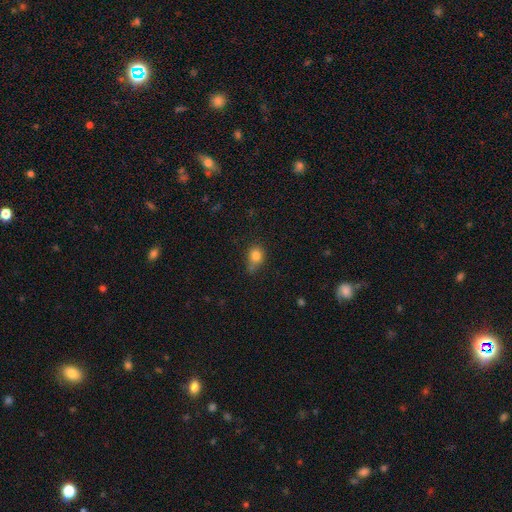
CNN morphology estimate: Smooth or featured: smooth — 81% (star or artifact — 11%)
How rounded: round — 59% (in between — 39%)
Merging: none — 55% (minor disturbance — 29%)